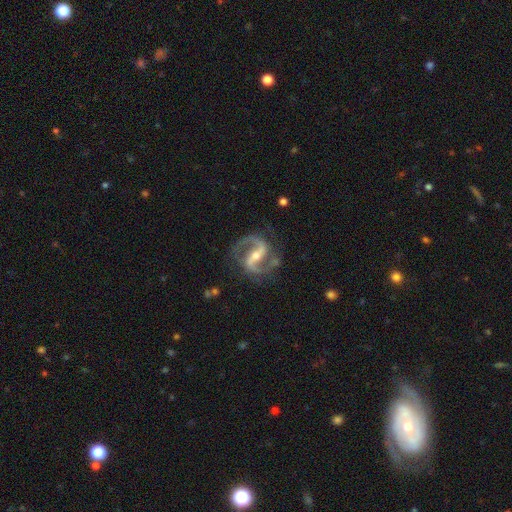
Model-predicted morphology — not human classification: The model was most divided on "bulge size": moderate: 50%, small: 46%, large: 2%, none: 1%, dominant: 1%. More confident: spiral arms — yes (98%); edge-on disk — no (98%); spiral arm count — 2 (94%); smooth or featured — featured or disk (93%); merging — none (79%); spiral winding — medium (62%); bar — strong (56%).